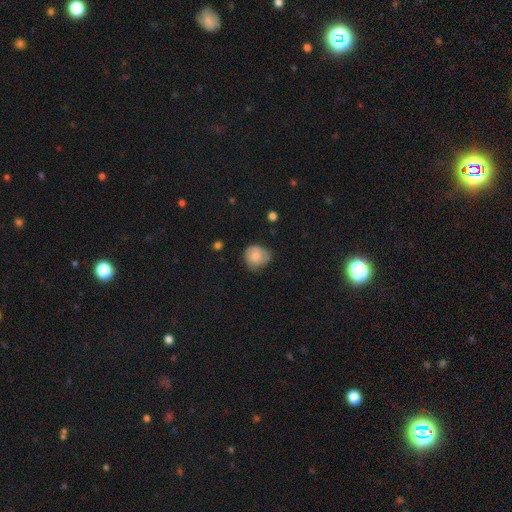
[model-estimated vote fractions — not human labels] smooth 66%, featured or disk 26%, star or artifact 7%. Down the decision tree: how rounded — round (78%); merging — none (63%).